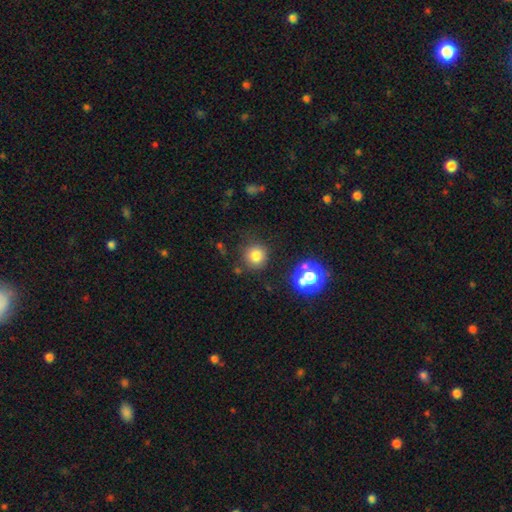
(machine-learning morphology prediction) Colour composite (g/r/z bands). It shows a smooth galaxy with no disk features (78%) that is round (92%). Merging: none (84%).